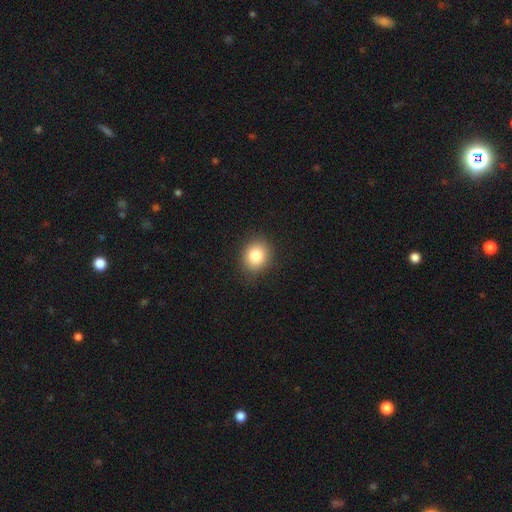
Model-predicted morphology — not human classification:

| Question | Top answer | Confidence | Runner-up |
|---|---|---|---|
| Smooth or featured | smooth | 82% | star or artifact (10%) |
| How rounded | round | 74% | in between (25%) |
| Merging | none | 88% | minor disturbance (9%) |